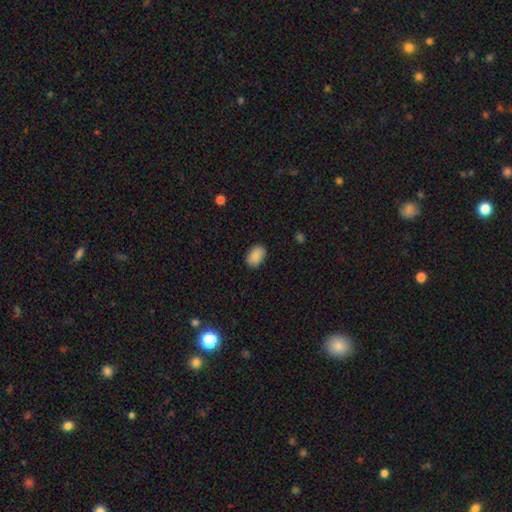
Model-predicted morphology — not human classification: This appears to be a smooth galaxy with no disk features (89%) that is in between round and cigar-shaped (85%). Merging: none (86%).